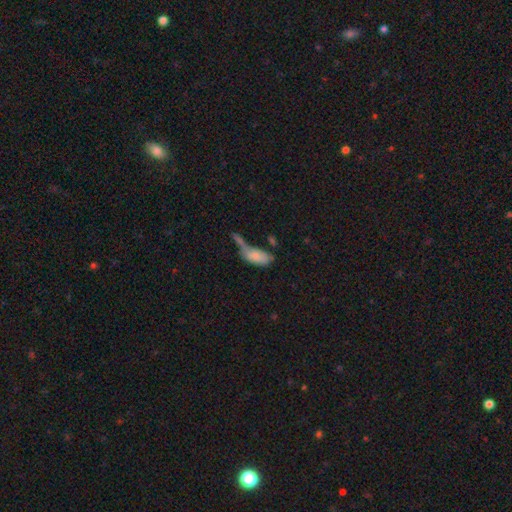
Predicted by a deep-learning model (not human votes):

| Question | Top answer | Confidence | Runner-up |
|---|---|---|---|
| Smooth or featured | smooth | 75% | featured or disk (16%) |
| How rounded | in between | 88% | cigar-shaped (9%) |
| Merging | merger | 42% | major disturbance (23%) |